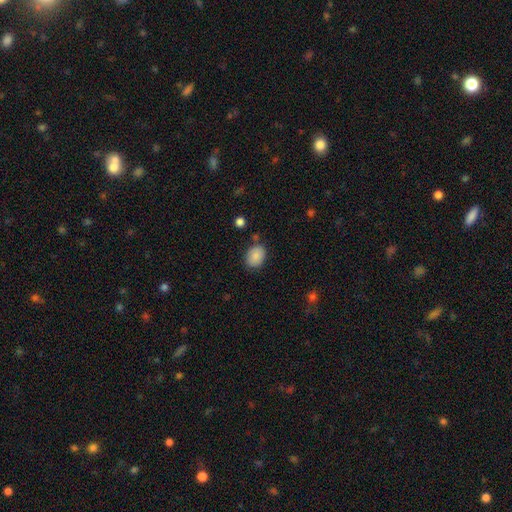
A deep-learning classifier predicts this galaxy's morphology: This is clearly a smooth galaxy (85%). How rounded: likely in between (67%). Merging: likely none (80%).